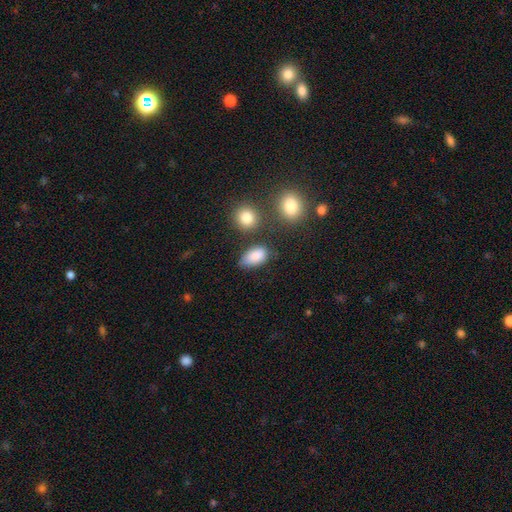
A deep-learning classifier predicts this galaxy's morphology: This appears to be a smooth galaxy with no disk features (86%) that is in between round and cigar-shaped (88%). Merging: none (63%).